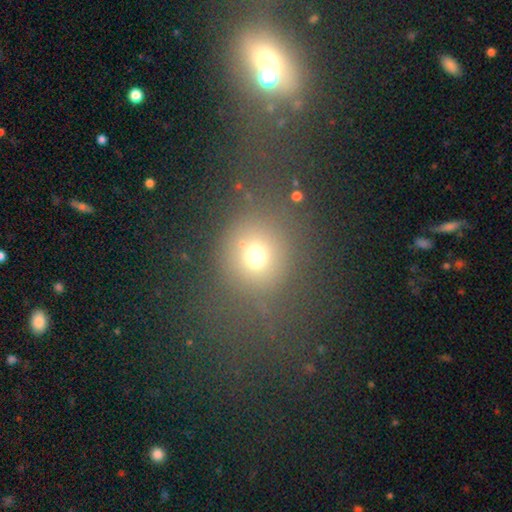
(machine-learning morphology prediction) Smooth or featured?
  - smooth: 71% *
  - star or artifact: 19%
  - featured or disk: 10%
How rounded?
  - round: 82% *
  - in between: 17%
  - cigar-shaped: 1%
Merging?
  - none: 69% *
  - minor disturbance: 12%
  - major disturbance: 12%
  - merger: 6%